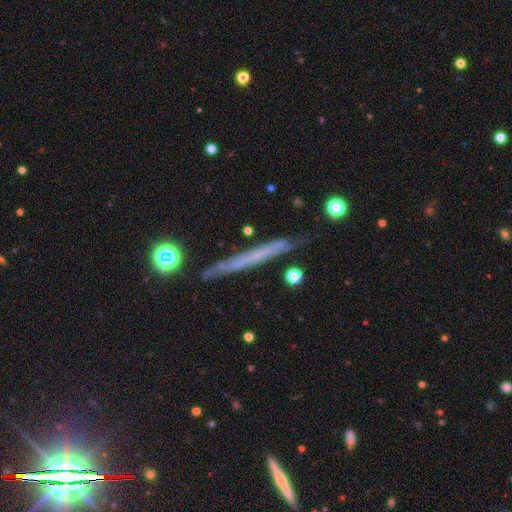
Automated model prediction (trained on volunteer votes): A featured or disk galaxy (48%).

Vote fractions:
- Smooth or featured? featured or disk: 48% / smooth: 42% / star or artifact: 11%
- Merging? none: 88% / minor disturbance: 9% / merger: 2% / major disturbance: 2%